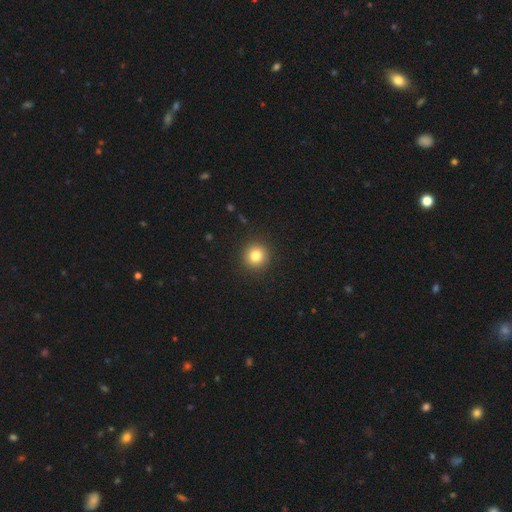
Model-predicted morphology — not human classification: smooth-or-featured: smooth: 82% | star or artifact: 12% | featured or disk: 7%
  how-rounded: round: 94% | in between: 5% | cigar-shaped: 1%
  merging: none: 92% | minor disturbance: 5% | major disturbance: 2% | merger: 1%